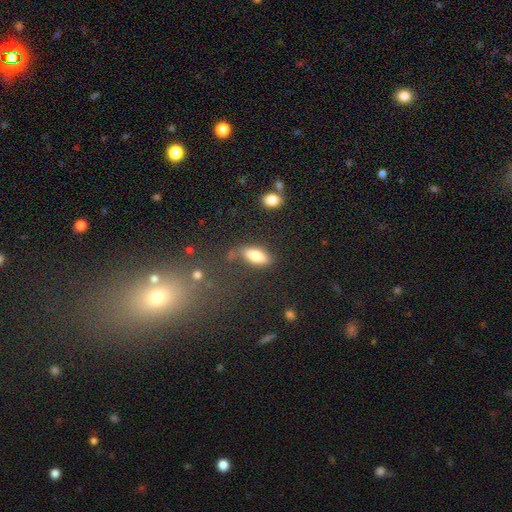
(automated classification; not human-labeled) A smooth galaxy with no disk features (78%) that is in between round and cigar-shaped (79%). Merging: none (73%).